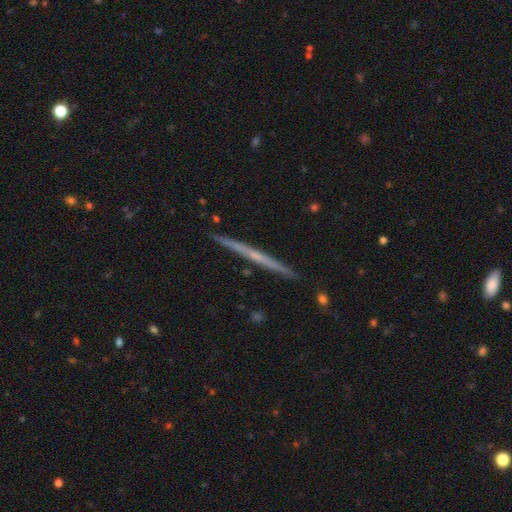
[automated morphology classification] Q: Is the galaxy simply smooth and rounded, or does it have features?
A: featured or disk — 69%.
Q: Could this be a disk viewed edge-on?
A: yes — 98%.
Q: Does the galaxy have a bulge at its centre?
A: none — 65%.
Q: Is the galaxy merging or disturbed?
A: none — 92%.